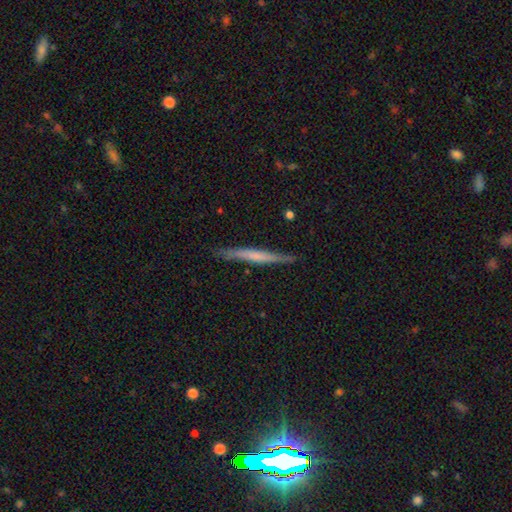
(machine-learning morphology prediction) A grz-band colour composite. It shows a featured or disk galaxy (47%, tied with smooth). Merging: none (87%).